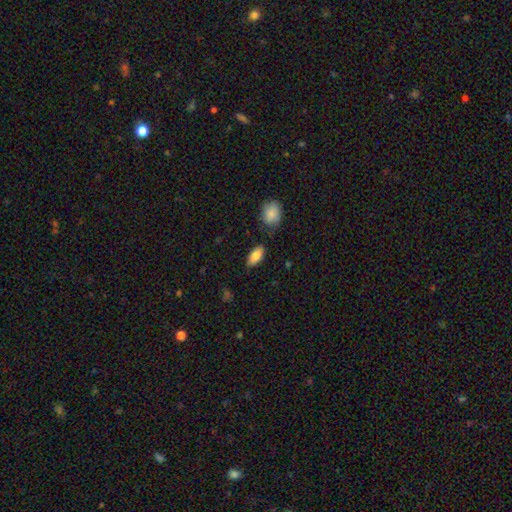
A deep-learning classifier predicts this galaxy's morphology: Overall: smooth (84%). How rounded: in between (90%). Merging: none (79%).